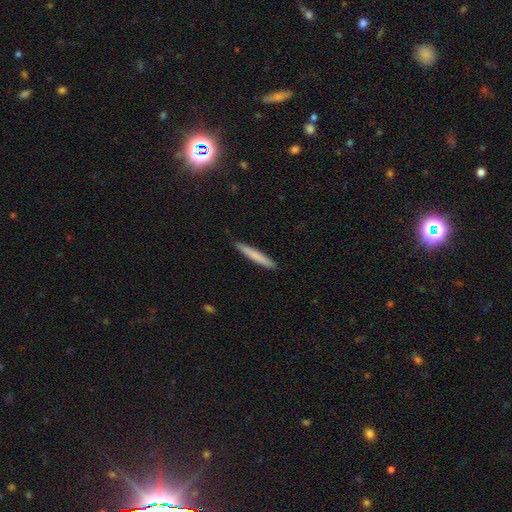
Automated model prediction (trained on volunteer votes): A smooth galaxy with no disk features (74%) that is cigar-shaped (96%).

Vote fractions:
- Smooth or featured? smooth: 74% / featured or disk: 20% / star or artifact: 6%
- How rounded? cigar-shaped: 96% / in between: 3% / round: 1%
- Merging? none: 90% / minor disturbance: 8% / major disturbance: 1% / merger: 1%